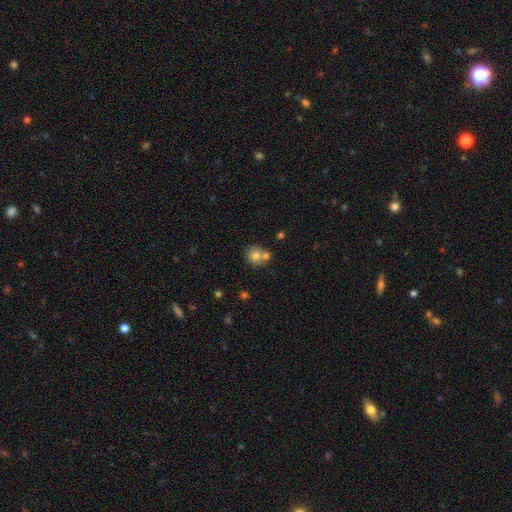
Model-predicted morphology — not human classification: smooth_or_featured: smooth (p=0.75) [alt: featured or disk p=0.14]
how_rounded: round (p=0.86) [alt: in between p=0.13]
merging: none (p=0.52) [alt: merger p=0.36]